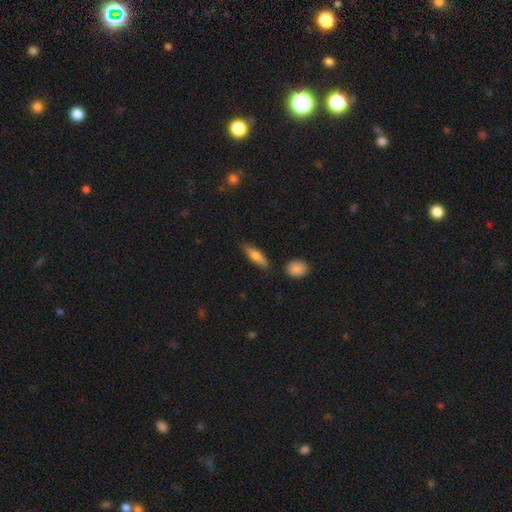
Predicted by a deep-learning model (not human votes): smooth_or_featured: smooth (p=0.63) [alt: featured or disk p=0.30]
how_rounded: cigar-shaped (p=0.61) [alt: in between p=0.36]
merging: none (p=0.82) [alt: minor disturbance p=0.12]